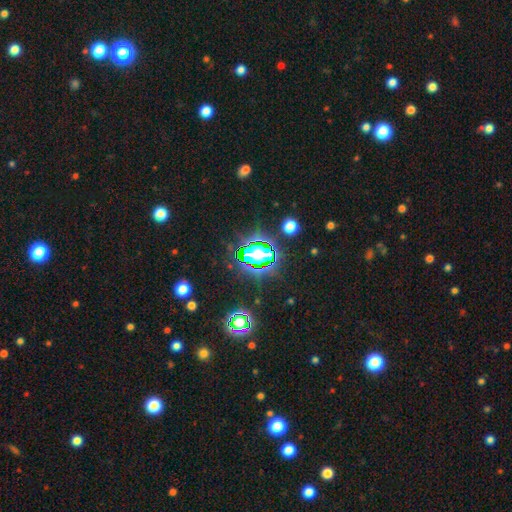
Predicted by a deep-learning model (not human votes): A star or artifact, not a galaxy (66%).